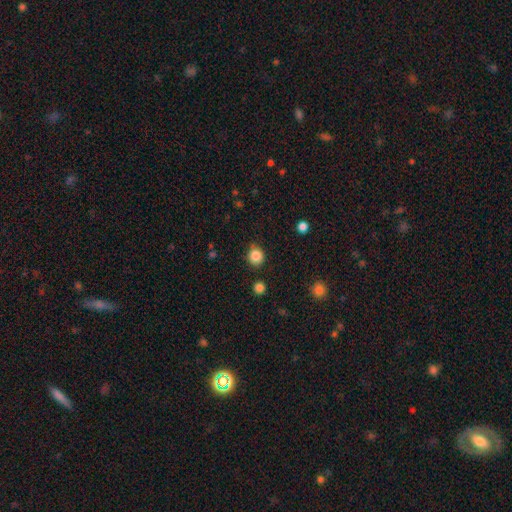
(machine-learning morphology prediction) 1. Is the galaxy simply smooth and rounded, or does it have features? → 85% smooth, 11% star or artifact, 4% featured or disk.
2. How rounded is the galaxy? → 84% round, 15% in between, 1% cigar-shaped.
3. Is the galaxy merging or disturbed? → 81% none, 13% minor disturbance, 3% major disturbance, 3% merger.